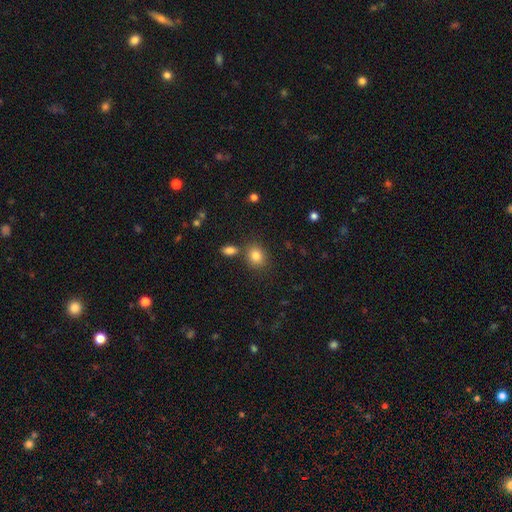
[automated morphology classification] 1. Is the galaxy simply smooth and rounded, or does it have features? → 82% smooth, 10% star or artifact, 7% featured or disk.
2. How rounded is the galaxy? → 55% round, 44% in between, 1% cigar-shaped.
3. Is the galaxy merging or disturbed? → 74% none, 12% merger, 11% minor disturbance, 3% major disturbance.